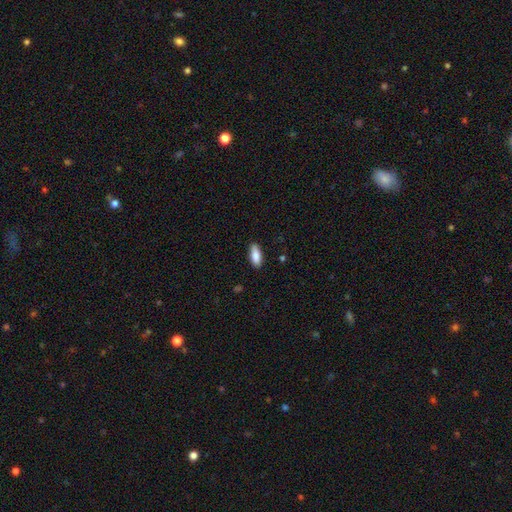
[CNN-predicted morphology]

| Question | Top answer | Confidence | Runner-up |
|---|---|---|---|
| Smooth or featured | smooth | 86% | featured or disk (8%) |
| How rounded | in between | 75% | cigar-shaped (23%) |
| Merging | none | 86% | minor disturbance (11%) |